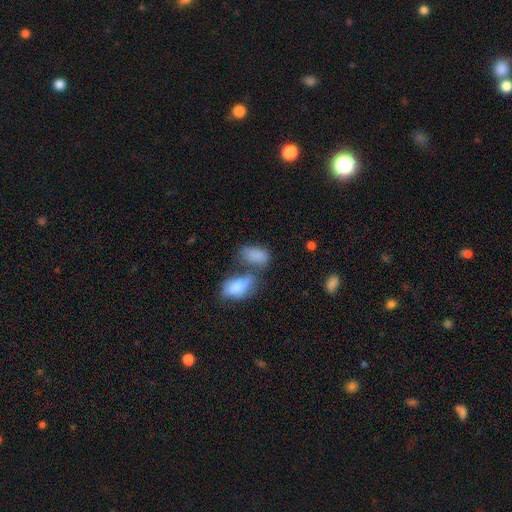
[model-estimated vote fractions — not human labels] Q: Smooth or featured?
A: smooth (82%); runner-up: featured or disk (9%)
Q: How rounded?
A: in between (91%); runner-up: round (5%)
Q: Merging?
A: merger (45%); runner-up: none (31%)